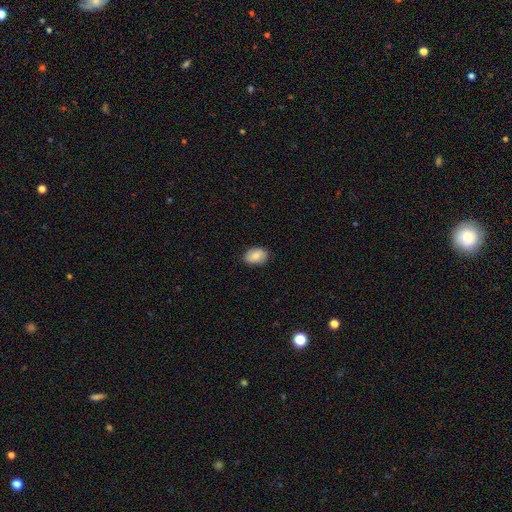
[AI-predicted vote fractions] Overall: smooth (75%). How rounded: in between (76%). Merging: none (85%).